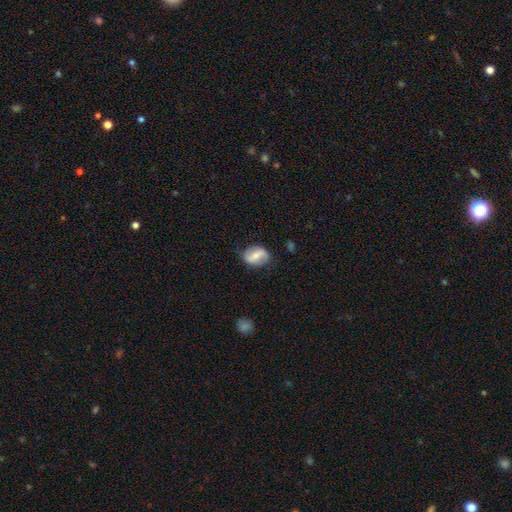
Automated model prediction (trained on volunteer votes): smooth-or-featured: featured or disk: 53% | smooth: 40% | star or artifact: 7%
  disk-edge-on: no: 96% | yes: 4%
    bar: strong: 43% | weak: 36% | no: 20%
    has-spiral-arms: yes: 75% | no: 25%
    bulge-size: moderate: 46% | small: 43% | none: 6% | large: 4% | dominant: 1%
  merging: none: 76% | minor disturbance: 18% | major disturbance: 5% | merger: 1%